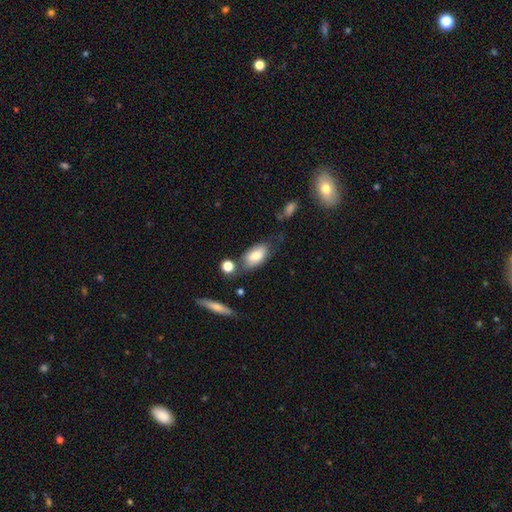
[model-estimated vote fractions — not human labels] This is likely a smooth galaxy (79%). How rounded: clearly in between (91%). Merging: likely none (61%).